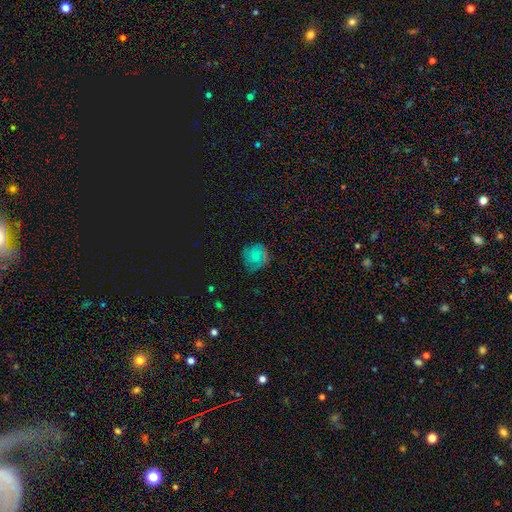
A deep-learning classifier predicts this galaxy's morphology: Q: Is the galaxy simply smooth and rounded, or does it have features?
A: smooth — 53%.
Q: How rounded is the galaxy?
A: round — 81%.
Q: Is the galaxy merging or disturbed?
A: none — 68%.